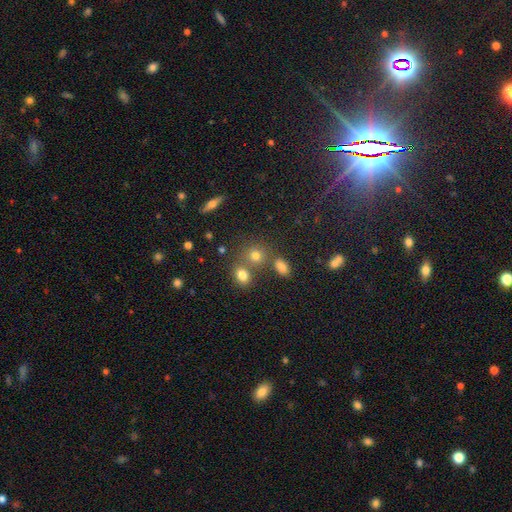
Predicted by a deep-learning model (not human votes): Smooth or featured?
  - smooth: 69% *
  - star or artifact: 19%
  - featured or disk: 11%
How rounded?
  - round: 70% *
  - in between: 28%
  - cigar-shaped: 2%
Merging?
  - none: 62% *
  - merger: 24%
  - minor disturbance: 10%
  - major disturbance: 4%